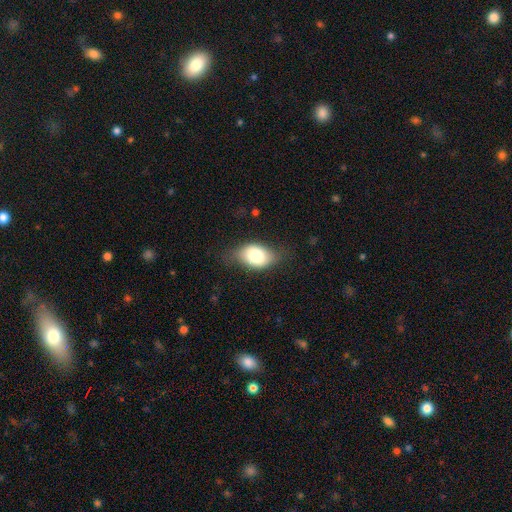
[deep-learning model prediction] Smooth or featured? Predicted: smooth (p=0.74). How rounded? Predicted: in between (p=0.83). Merging? Predicted: none (p=0.65).